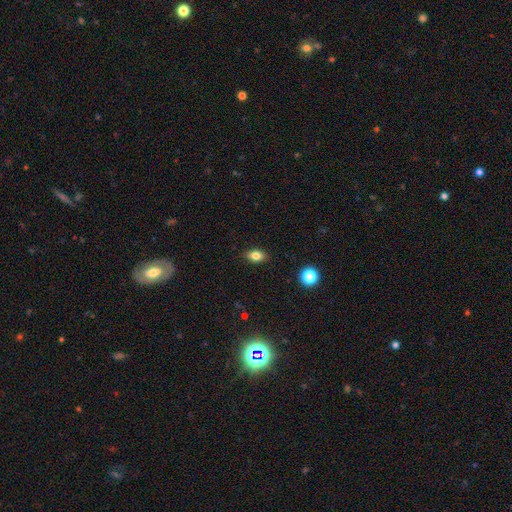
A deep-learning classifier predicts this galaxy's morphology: smooth_or_featured: smooth (p=0.79) [alt: featured or disk p=0.11]
how_rounded: in between (p=0.83) [alt: round p=0.13]
merging: none (p=0.88) [alt: minor disturbance p=0.09]